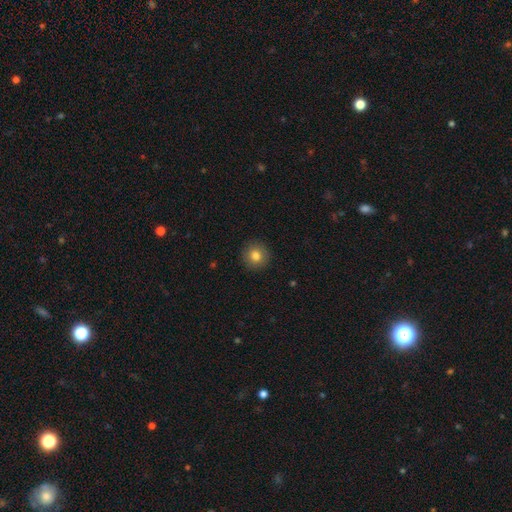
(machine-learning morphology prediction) The model was most divided on "smooth or featured": smooth: 82%, star or artifact: 10%, featured or disk: 8%. More confident: how rounded — round (94%); merging — none (92%).